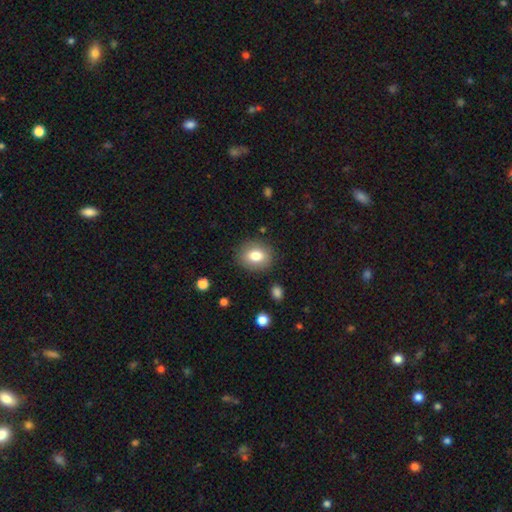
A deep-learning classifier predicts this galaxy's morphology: Smooth or featured?
  - smooth: 80% *
  - featured or disk: 11%
  - star or artifact: 9%
How rounded?
  - round: 52% *
  - in between: 47%
  - cigar-shaped: 1%
Merging?
  - none: 86% *
  - minor disturbance: 10%
  - major disturbance: 3%
  - merger: 2%